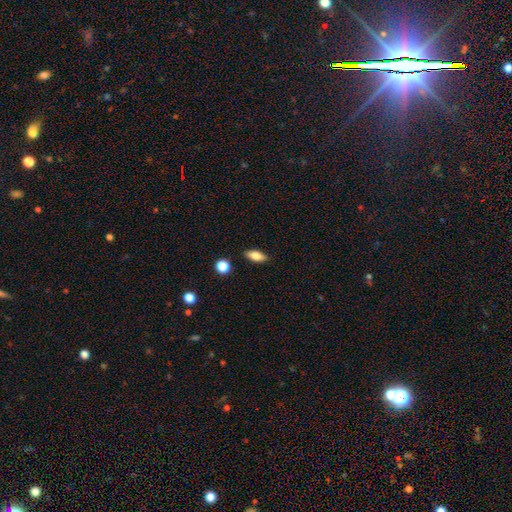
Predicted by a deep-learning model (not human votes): This appears to be a smooth galaxy with no disk features (77%) that is in between round and cigar-shaped (81%). Merging: none (87%).